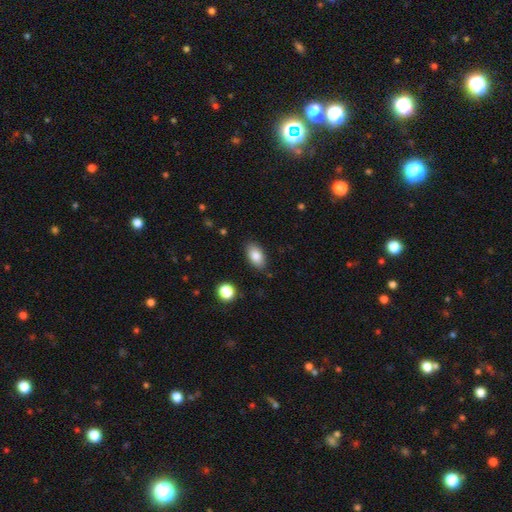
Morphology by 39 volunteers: This is clearly a smooth galaxy (87%). How rounded: clearly in between (91%). Merging: clearly none (94%).